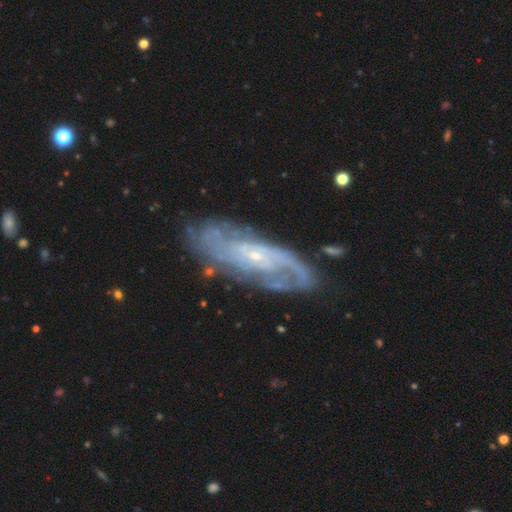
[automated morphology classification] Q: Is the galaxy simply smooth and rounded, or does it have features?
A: featured or disk — 86%.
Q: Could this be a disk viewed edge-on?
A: no — 90%.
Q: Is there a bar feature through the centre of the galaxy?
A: no — 63%.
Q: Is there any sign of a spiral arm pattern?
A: yes — 95%.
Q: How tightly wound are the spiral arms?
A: tight — 50%.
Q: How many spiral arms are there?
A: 2 — 37%.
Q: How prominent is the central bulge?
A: small — 83%.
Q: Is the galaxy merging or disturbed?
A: none — 75%.